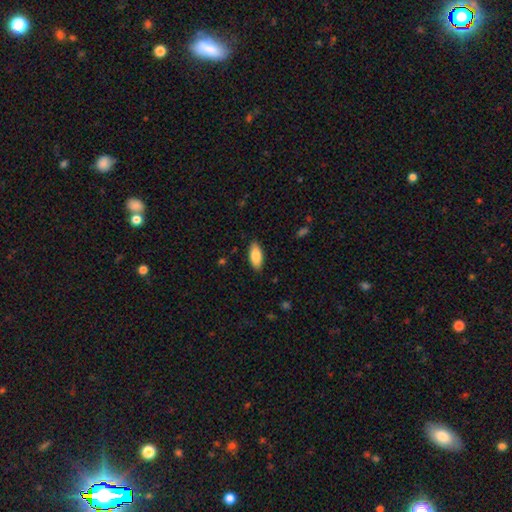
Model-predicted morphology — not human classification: The model was most divided on "smooth or featured": smooth: 83%, featured or disk: 10%, star or artifact: 6%. More confident: merging — none (87%); how rounded — in between (86%).